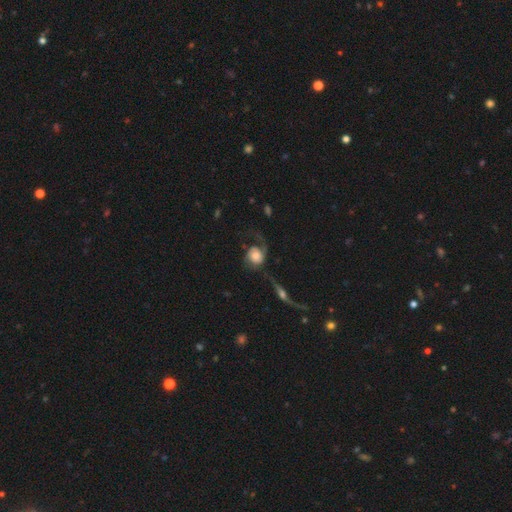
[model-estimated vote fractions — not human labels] Smooth or featured?
  - featured or disk: 66% *
  - smooth: 27%
  - star or artifact: 7%
Edge-on disk?
  - no: 96% *
  - yes: 4%
Bar?
  - no: 74% *
  - weak: 21%
  - strong: 5%
Spiral arms?
  - yes: 89% *
  - no: 11%
Spiral winding?
  - loose: 53% *
  - medium: 32%
  - tight: 16%
Spiral arm count?
  - 2: 49% *
  - 1: 42%
  - can't tell: 5%
  - 3: 2%
  - 4: 1%
  - more than 4: 1%
Bulge size?
  - large: 36% *
  - moderate: 35%
  - small: 13%
  - dominant: 11%
  - none: 4%
Merging?
  - major disturbance: 36% *
  - none: 33%
  - minor disturbance: 18%
  - merger: 12%